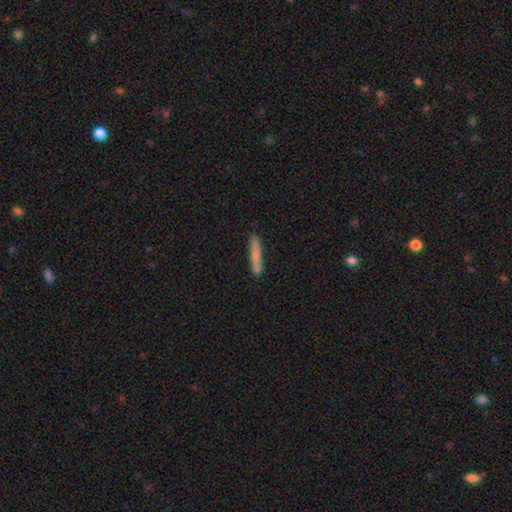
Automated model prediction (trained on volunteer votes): This appears to be a smooth galaxy with no disk features (76%) that is cigar-shaped (93%). Merging: none (76%).